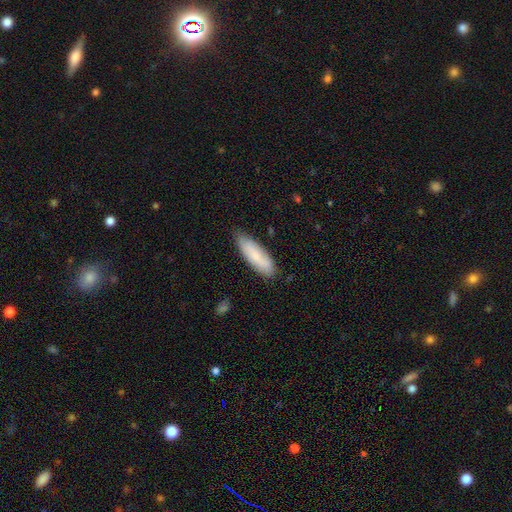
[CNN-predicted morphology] A smooth galaxy with no disk features (78%) that is in between round and cigar-shaped (49%, tied with cigar-shaped). Merging: none (77%).